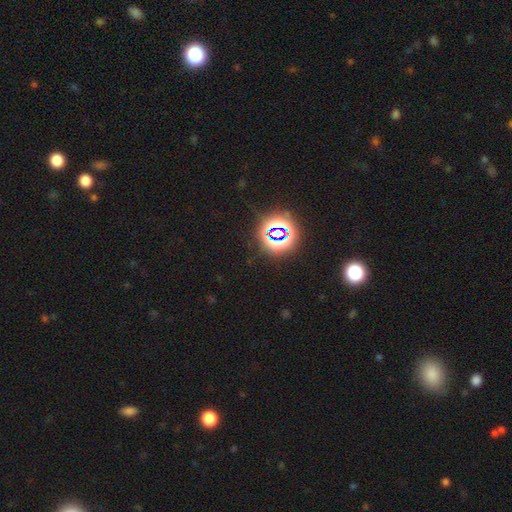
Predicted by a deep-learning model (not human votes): Overall: star or artifact (76%).